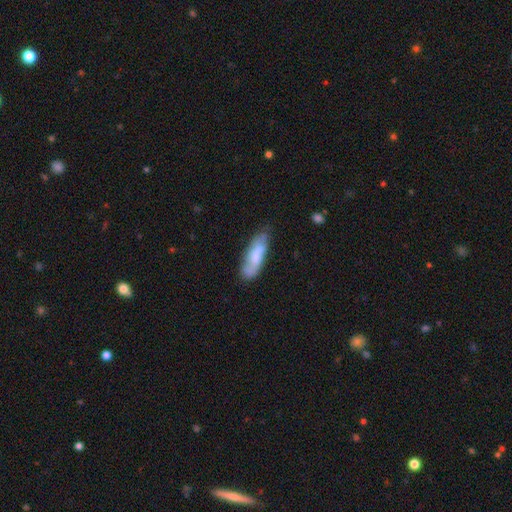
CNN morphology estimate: smooth-or-featured: smooth: 58% | featured or disk: 36% | star or artifact: 7%
  how-rounded: in between: 56% | cigar-shaped: 43% | round: 2%
  merging: none: 64% | minor disturbance: 27% | major disturbance: 7% | merger: 3%